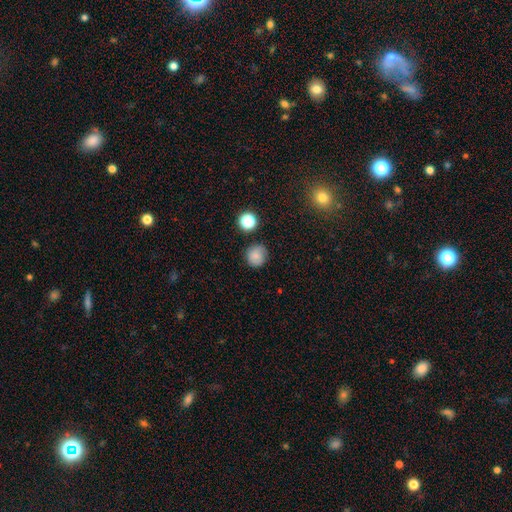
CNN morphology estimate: A smooth galaxy with no disk features (80%) that is round (90%). Merging: none (82%).